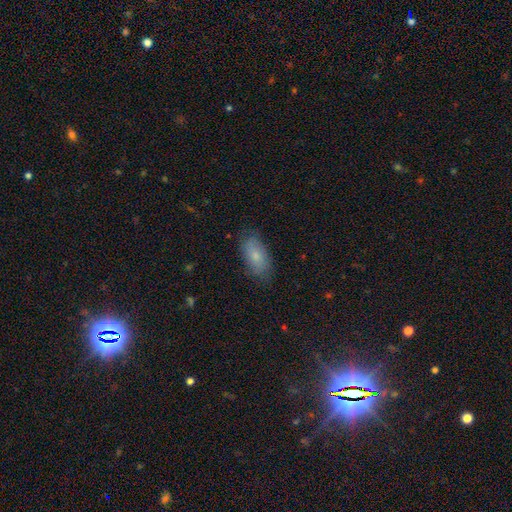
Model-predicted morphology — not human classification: Overall: smooth (74%). How rounded: in between (91%). Merging: none (77%).